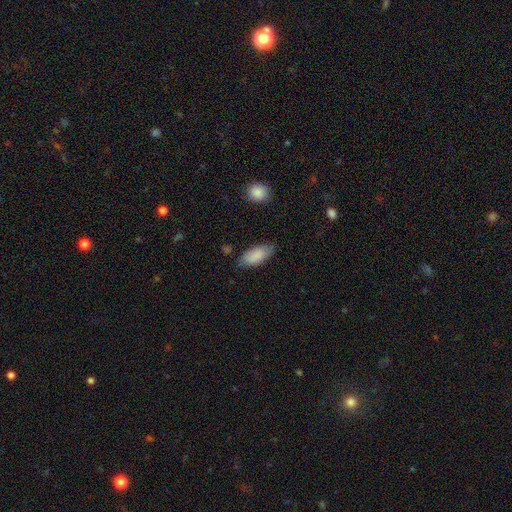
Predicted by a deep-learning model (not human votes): Smooth or featured?
  - smooth: 86% *
  - featured or disk: 8%
  - star or artifact: 6%
How rounded?
  - in between: 87% *
  - cigar-shaped: 11%
  - round: 2%
Merging?
  - none: 73% *
  - minor disturbance: 21%
  - major disturbance: 4%
  - merger: 2%